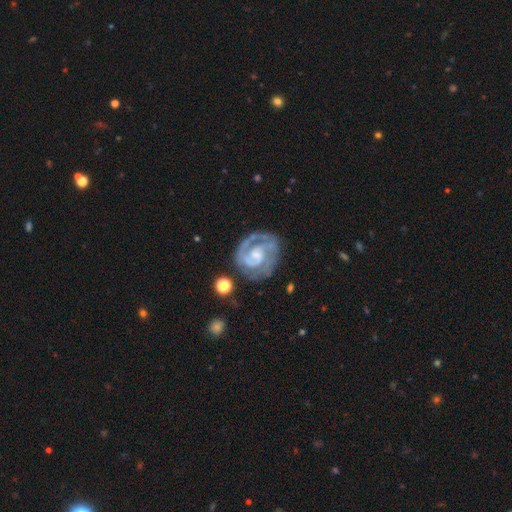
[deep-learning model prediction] smooth-or-featured: featured or disk: 88% | smooth: 8% | star or artifact: 5%
  disk-edge-on: no: 98% | yes: 2%
    bar: no: 49% | weak: 40% | strong: 11%
    has-spiral-arms: yes: 96% | no: 4%
      spiral-winding: tight: 57% | medium: 36% | loose: 7%
      spiral-arm-count: 2: 68% | can't tell: 10% | 3: 10% | 1: 8% | 4: 2% | more than 4: 2%
    bulge-size: small: 39% | moderate: 32% | none: 20% | large: 7% | dominant: 2%
  merging: none: 70% | minor disturbance: 17% | major disturbance: 10% | merger: 3%